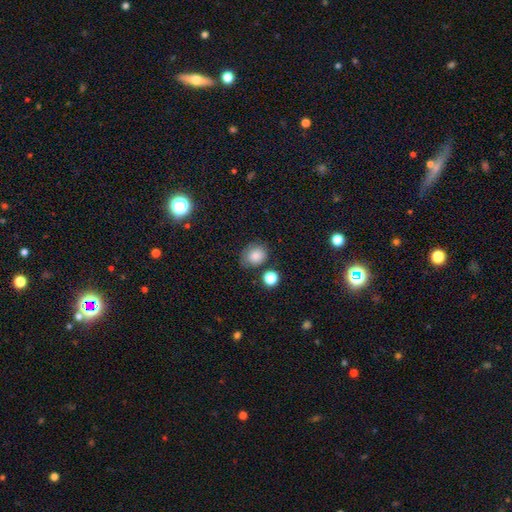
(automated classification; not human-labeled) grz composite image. It shows a smooth galaxy with no disk features (83%) that is round (66%). Merging: none (67%).